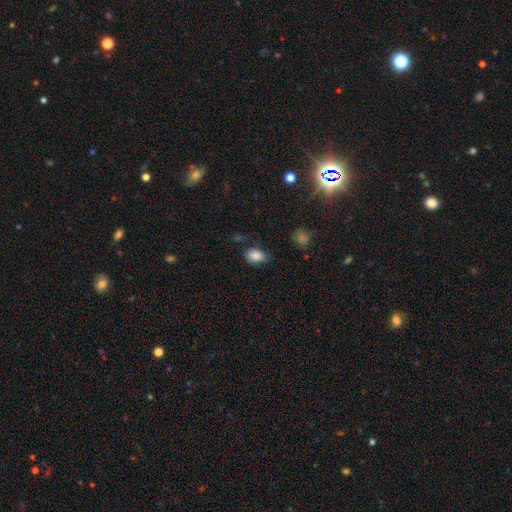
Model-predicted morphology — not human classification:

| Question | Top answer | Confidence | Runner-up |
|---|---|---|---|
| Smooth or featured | smooth | 86% | star or artifact (9%) |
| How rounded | in between | 83% | round (16%) |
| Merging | none | 66% | minor disturbance (23%) |